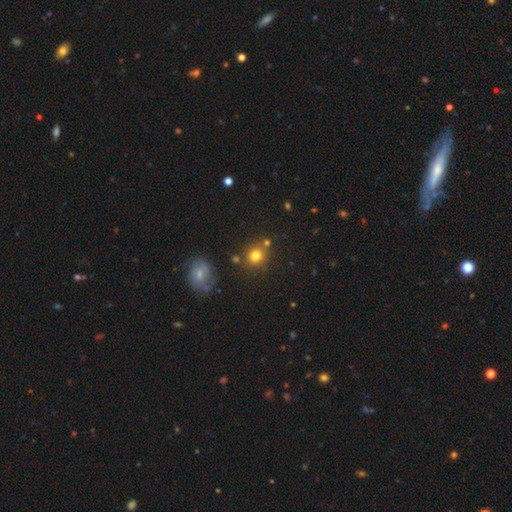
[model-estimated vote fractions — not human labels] A smooth galaxy with no disk features (77%) that is round (84%). Merging: none (76%).